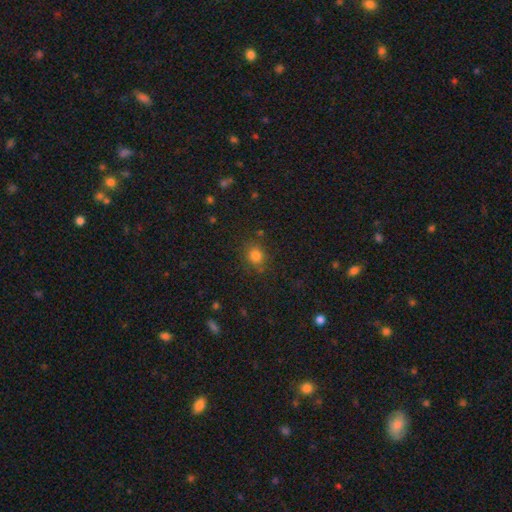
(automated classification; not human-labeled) smooth-or-featured: smooth: 81% | star or artifact: 14% | featured or disk: 5%
  how-rounded: round: 77% | in between: 22% | cigar-shaped: 1%
  merging: none: 82% | minor disturbance: 11% | major disturbance: 4% | merger: 3%